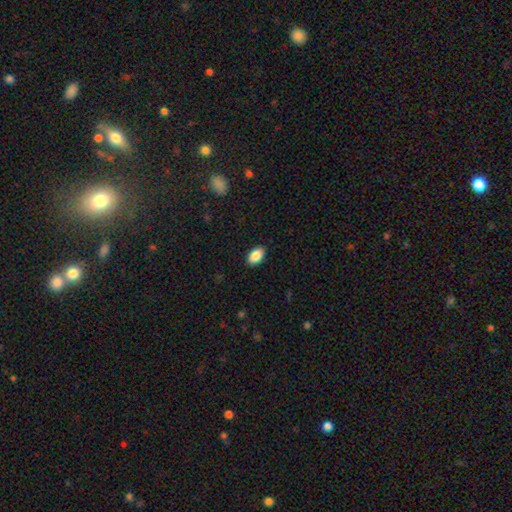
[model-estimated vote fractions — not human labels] smooth_or_featured: smooth (p=0.88) [alt: star or artifact p=0.07]
how_rounded: in between (p=0.92) [alt: round p=0.06]
merging: none (p=0.88) [alt: minor disturbance p=0.09]